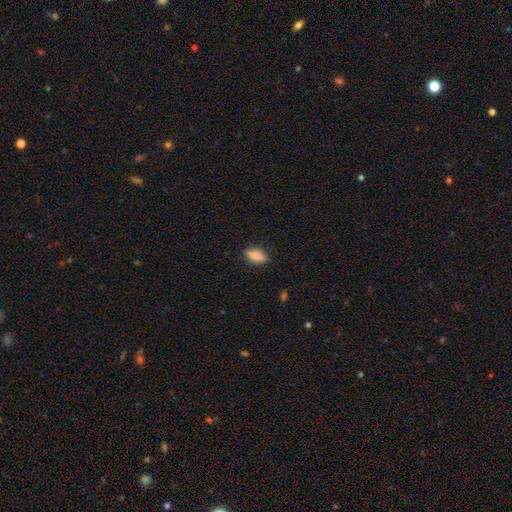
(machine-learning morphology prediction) Smooth or featured?
  - smooth: 78% *
  - featured or disk: 14%
  - star or artifact: 8%
How rounded?
  - in between: 82% *
  - cigar-shaped: 13%
  - round: 5%
Merging?
  - none: 82% *
  - minor disturbance: 14%
  - major disturbance: 3%
  - merger: 1%